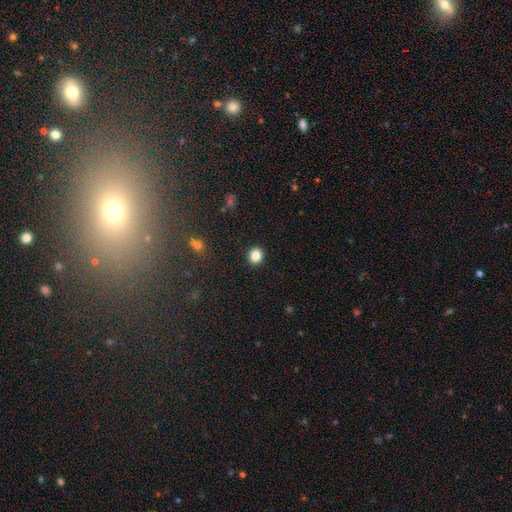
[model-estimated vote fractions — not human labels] Smooth or featured? Predicted: smooth (p=0.85). How rounded? Predicted: round (p=0.77). Merging? Predicted: none (p=0.92).